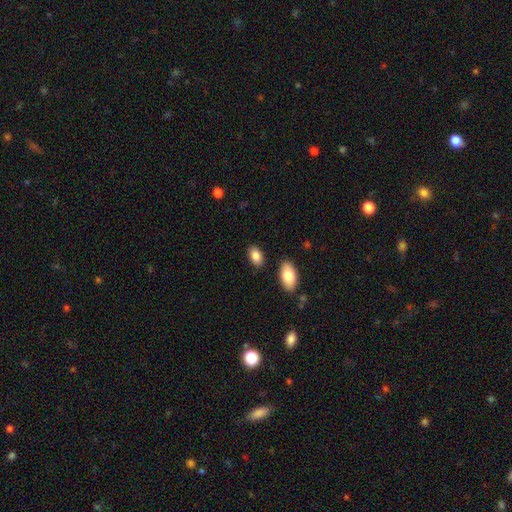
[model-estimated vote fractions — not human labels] A smooth galaxy with no disk features (86%) that is in between round and cigar-shaped (92%). Merging: none (83%).